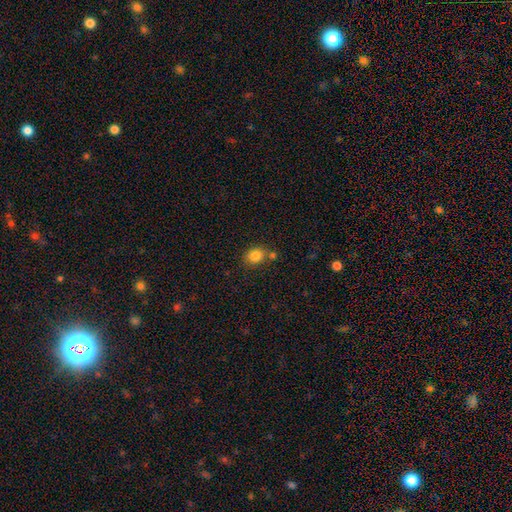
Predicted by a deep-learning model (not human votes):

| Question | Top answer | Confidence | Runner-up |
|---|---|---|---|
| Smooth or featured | smooth | 83% | star or artifact (10%) |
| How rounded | round | 57% | in between (42%) |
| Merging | none | 68% | merger (16%) |